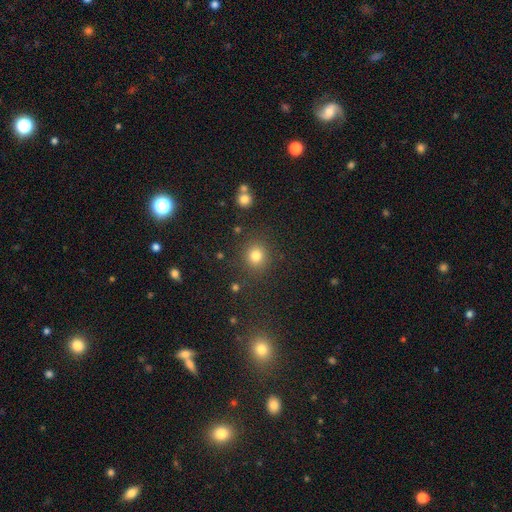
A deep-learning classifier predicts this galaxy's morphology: A smooth galaxy with no disk features (80%) that is round (89%).

Vote fractions:
- Smooth or featured? smooth: 80% / star or artifact: 14% / featured or disk: 5%
- How rounded? round: 89% / in between: 10% / cigar-shaped: 1%
- Merging? none: 86% / minor disturbance: 7% / major disturbance: 3% / merger: 3%